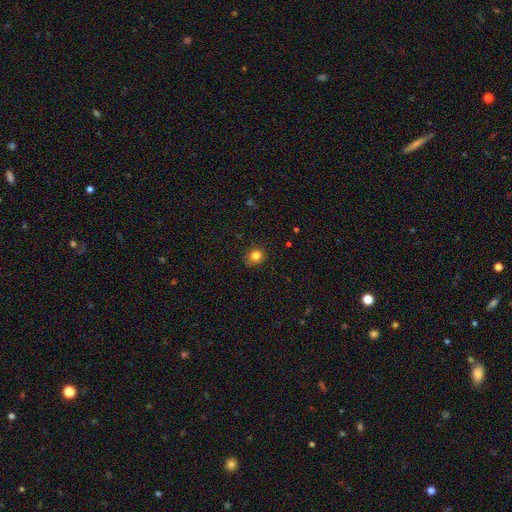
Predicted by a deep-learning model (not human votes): Smooth or featured? Predicted: smooth (p=0.82). How rounded? Predicted: round (p=0.78). Merging? Predicted: none (p=0.84).